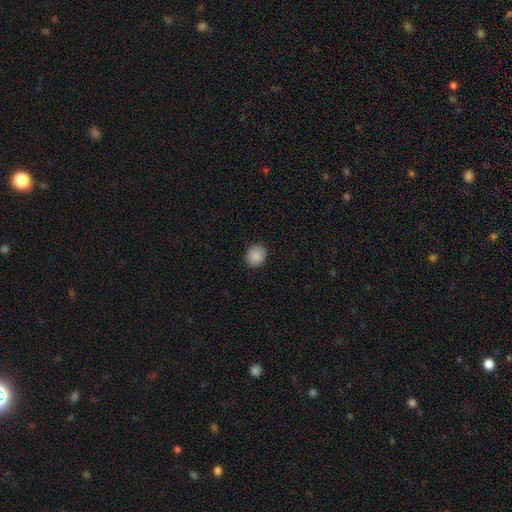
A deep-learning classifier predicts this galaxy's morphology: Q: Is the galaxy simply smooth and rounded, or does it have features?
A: smooth — 89%.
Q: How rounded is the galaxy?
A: round — 70%.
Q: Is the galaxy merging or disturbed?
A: none — 89%.